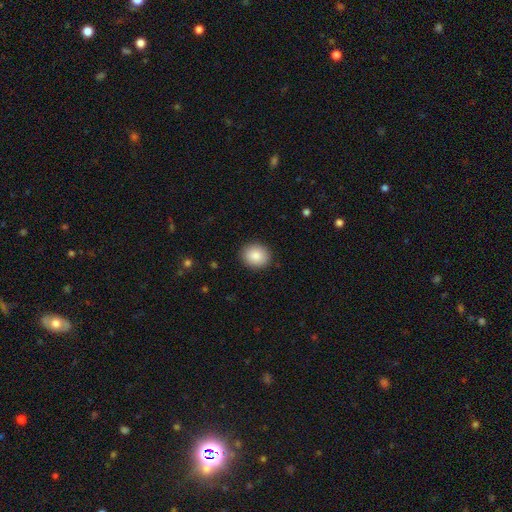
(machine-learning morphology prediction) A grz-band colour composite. It shows a smooth galaxy with no disk features (87%) that is round (69%). Merging: none (90%).